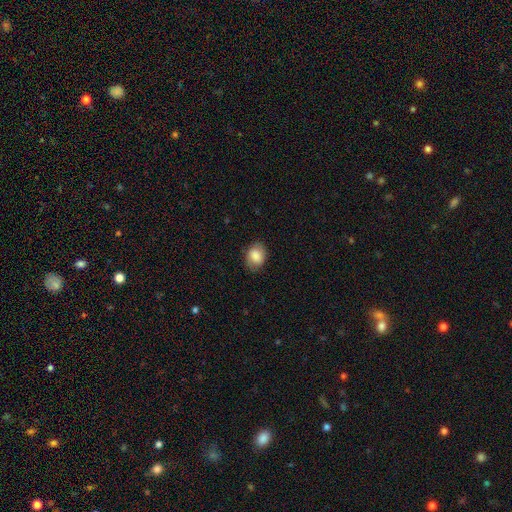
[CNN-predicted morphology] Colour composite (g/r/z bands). It shows a smooth galaxy with no disk features (79%) that is in between round and cigar-shaped (67%). Merging: none (78%).